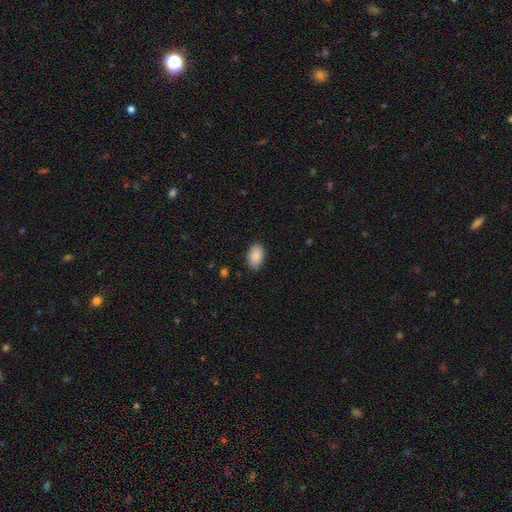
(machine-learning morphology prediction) smooth 88%, star or artifact 7%, featured or disk 5%. Down the decision tree: how rounded — in between (92%); merging — none (86%).